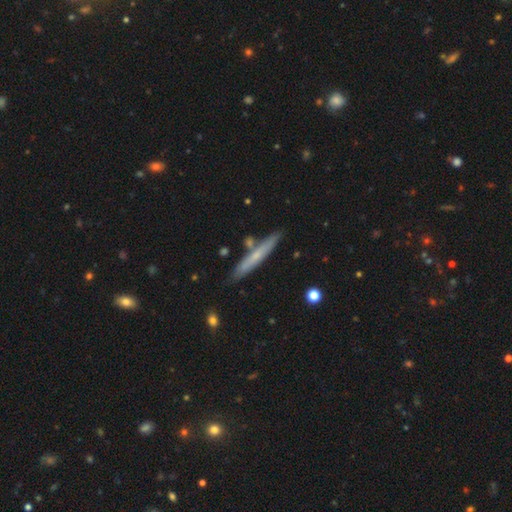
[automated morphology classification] smooth-or-featured: smooth: 53% | featured or disk: 40% | star or artifact: 6%
  how-rounded: cigar-shaped: 95% | in between: 4% | round: 1%
  merging: none: 84% | minor disturbance: 10% | merger: 5% | major disturbance: 2%